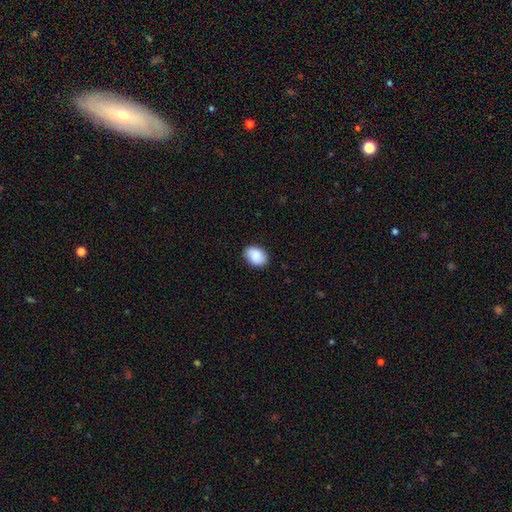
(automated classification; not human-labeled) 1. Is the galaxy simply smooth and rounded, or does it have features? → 87% smooth, 7% star or artifact, 6% featured or disk.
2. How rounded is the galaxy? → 77% in between, 22% round, 1% cigar-shaped.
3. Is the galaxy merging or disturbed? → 87% none, 10% minor disturbance, 2% major disturbance, 1% merger.